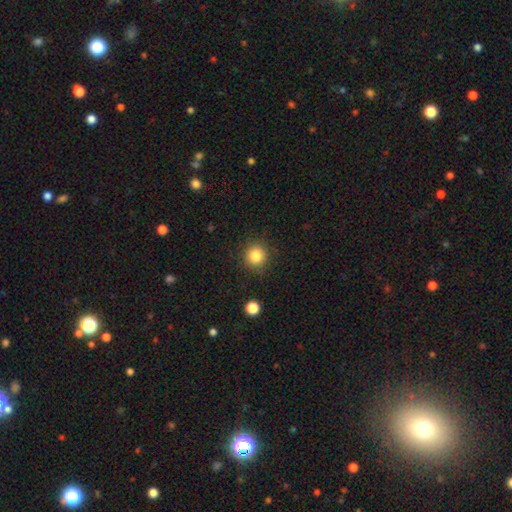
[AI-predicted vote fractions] This is clearly a smooth galaxy (84%). How rounded: clearly round (92%). Merging: clearly none (89%).